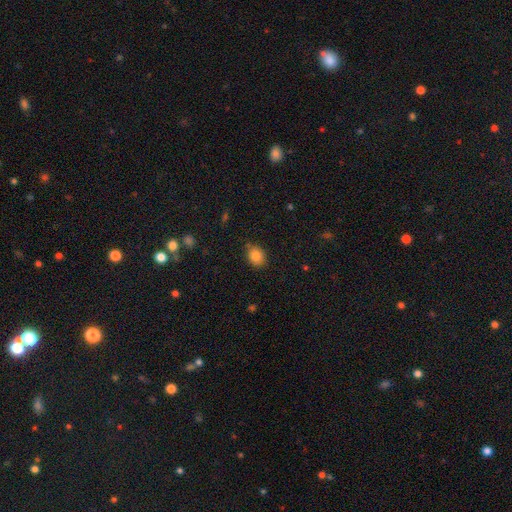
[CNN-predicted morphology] Smooth or featured?
  - smooth: 85% *
  - star or artifact: 9%
  - featured or disk: 6%
How rounded?
  - in between: 64% *
  - round: 35%
  - cigar-shaped: 1%
Merging?
  - none: 80% *
  - minor disturbance: 15%
  - major disturbance: 3%
  - merger: 2%